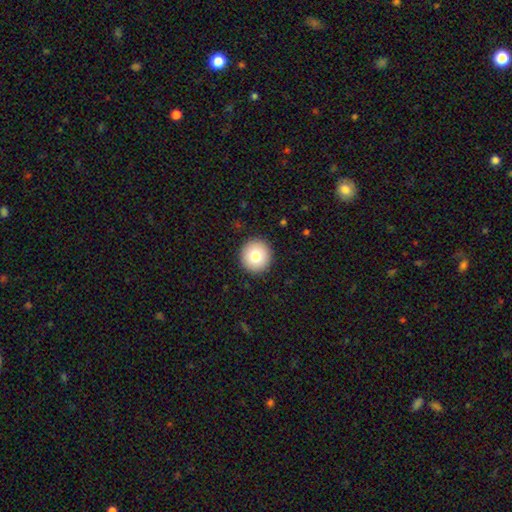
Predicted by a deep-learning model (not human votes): Smooth or featured: smooth — 79% (featured or disk — 11%)
How rounded: round — 94% (in between — 5%)
Merging: none — 93% (minor disturbance — 5%)